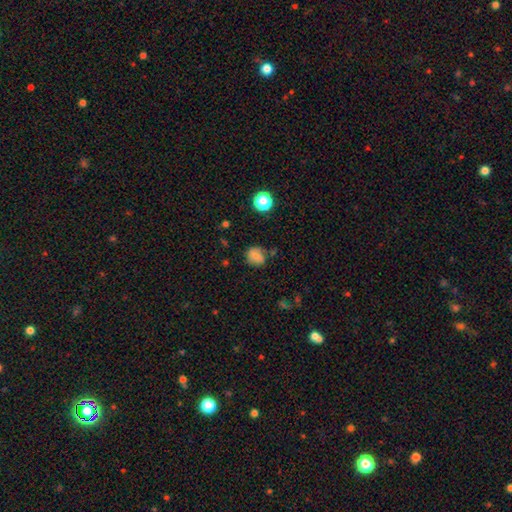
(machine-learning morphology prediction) Smooth or featured: smooth — 75% (star or artifact — 13%)
How rounded: round — 72% (in between — 27%)
Merging: none — 67% (minor disturbance — 21%)